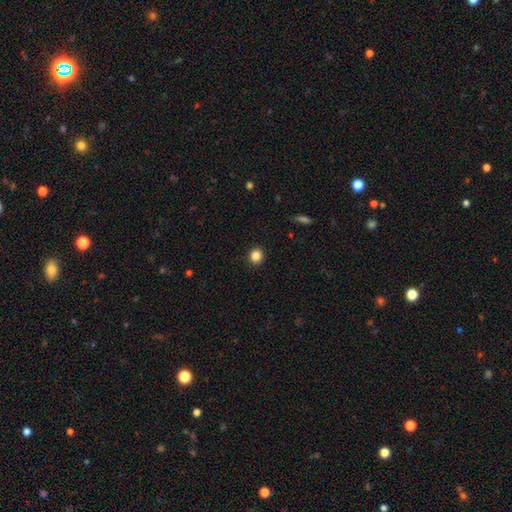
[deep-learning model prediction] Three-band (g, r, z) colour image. It shows a smooth galaxy with no disk features (84%) that is round (91%). Merging: none (92%).